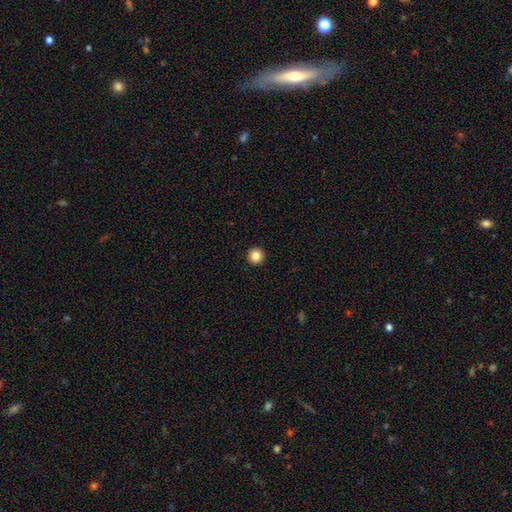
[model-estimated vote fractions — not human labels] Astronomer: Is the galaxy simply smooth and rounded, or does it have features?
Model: smooth — 85%.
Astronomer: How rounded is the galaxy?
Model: round — 97%.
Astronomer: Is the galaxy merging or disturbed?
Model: none — 94%.